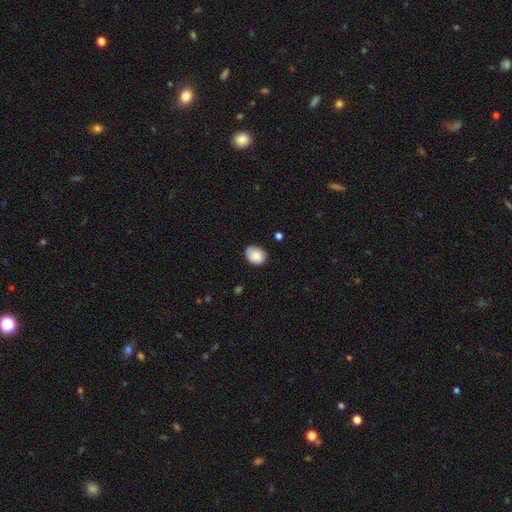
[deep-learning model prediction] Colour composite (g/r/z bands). It shows a smooth galaxy with no disk features (84%) that is in between round and cigar-shaped (52%). Merging: none (75%).